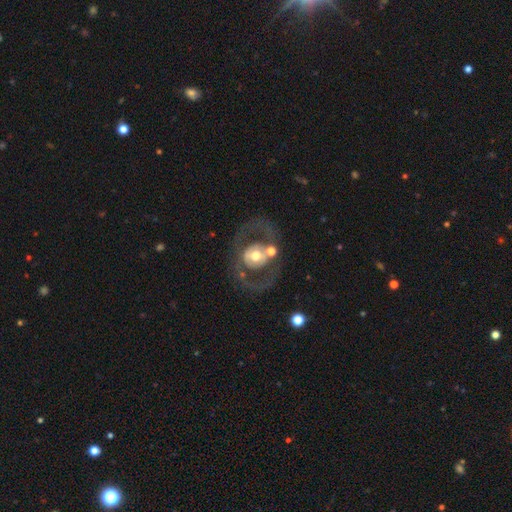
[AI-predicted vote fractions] A featured or disk galaxy (64%) with no bar (75%), no spiral arms (71%) and a moderate central bulge (66%). Merging: none (64%).